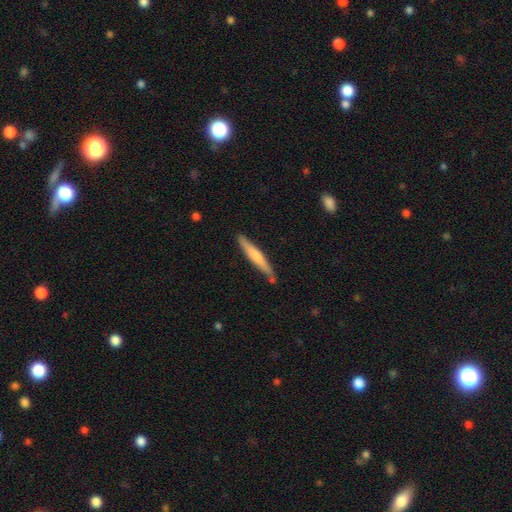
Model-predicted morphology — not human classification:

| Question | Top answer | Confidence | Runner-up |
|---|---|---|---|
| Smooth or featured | smooth | 59% | featured or disk (36%) |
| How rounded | cigar-shaped | 94% | in between (5%) |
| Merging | none | 79% | minor disturbance (14%) |